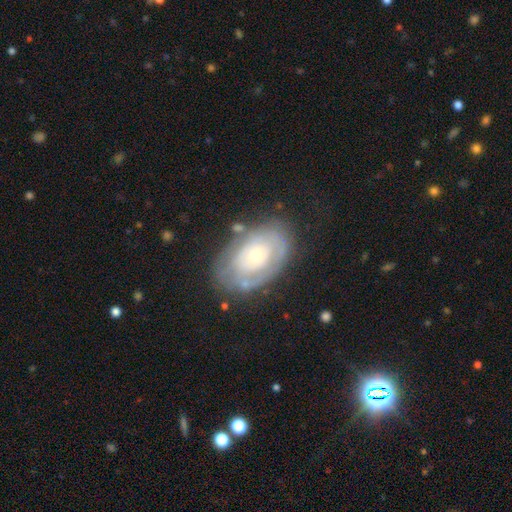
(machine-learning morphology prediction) Smooth or featured: featured or disk — 63% (smooth — 31%)
Edge-on disk: no — 94% (yes — 6%)
Bar: no — 88% (weak — 10%)
Spiral arms: no — 54% (yes — 46%)
Bulge size: small — 59% (moderate — 35%)
Merging: none — 67% (minor disturbance — 20%)